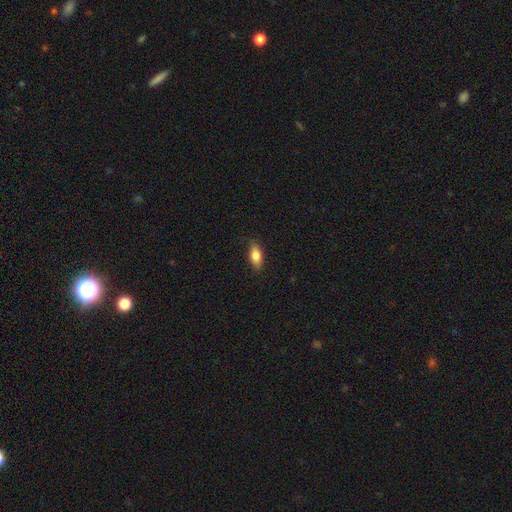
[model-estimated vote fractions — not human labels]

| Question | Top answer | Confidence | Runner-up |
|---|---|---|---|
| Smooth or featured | smooth | 82% | featured or disk (11%) |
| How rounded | in between | 83% | cigar-shaped (14%) |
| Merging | none | 84% | minor disturbance (13%) |